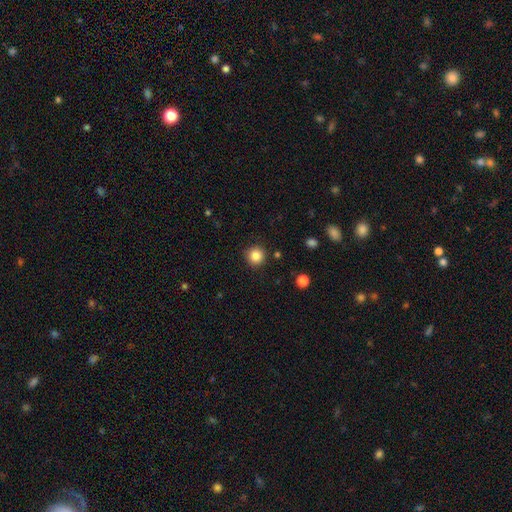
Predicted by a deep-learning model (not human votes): smooth_or_featured: smooth (p=0.85) [alt: star or artifact p=0.11]
how_rounded: round (p=0.95) [alt: in between p=0.04]
merging: none (p=0.91) [alt: minor disturbance p=0.06]